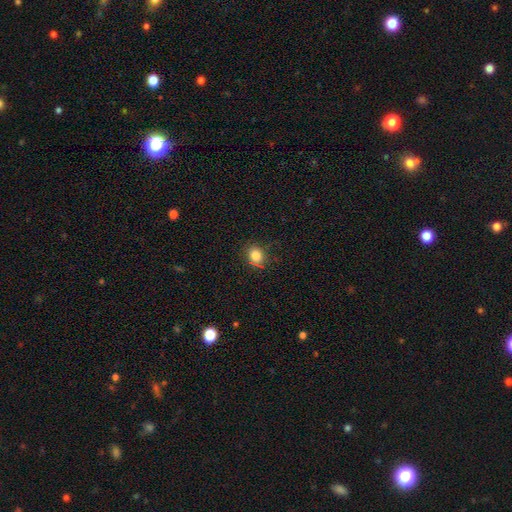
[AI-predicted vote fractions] This is clearly a smooth galaxy (81%). How rounded: likely round (66%). Merging: clearly none (81%).